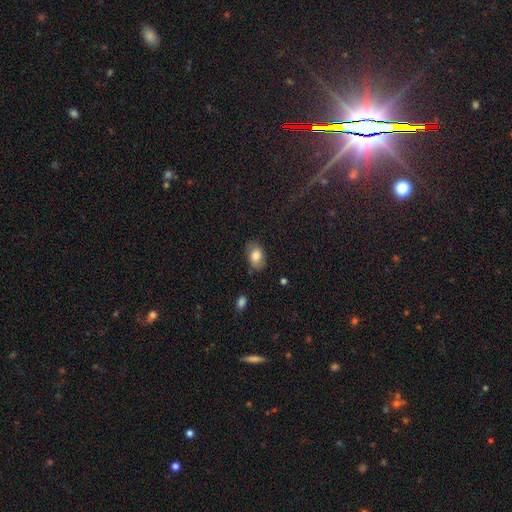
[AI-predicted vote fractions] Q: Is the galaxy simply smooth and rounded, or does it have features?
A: smooth — 79%.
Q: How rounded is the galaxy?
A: in between — 86%.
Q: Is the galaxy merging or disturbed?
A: none — 74%.